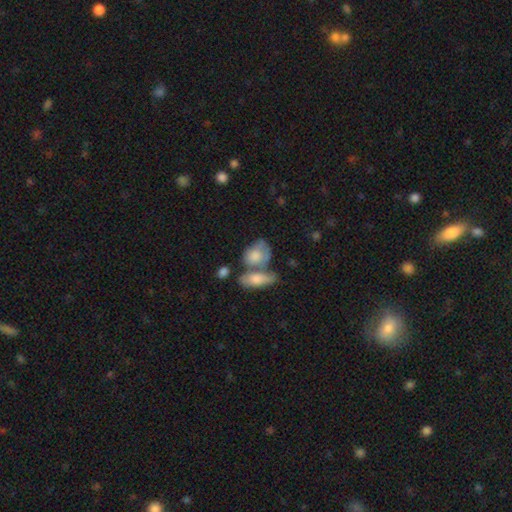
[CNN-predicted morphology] smooth 70%, featured or disk 24%, star or artifact 6%. Down the decision tree: how rounded — in between (71%); merging — merger (44%).